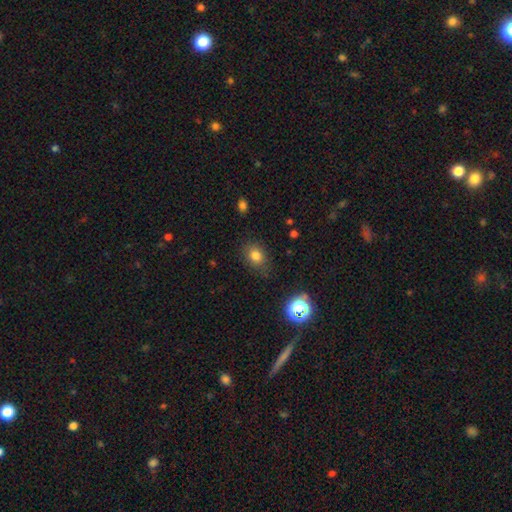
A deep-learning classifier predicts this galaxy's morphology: Smooth or featured? smooth (79%)
How rounded? in between (54%)
Merging? none (79%)